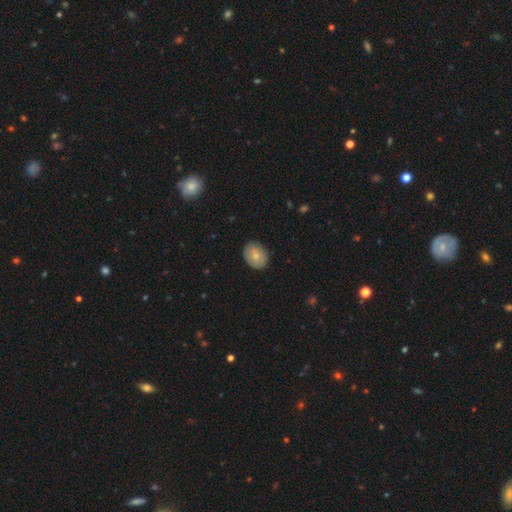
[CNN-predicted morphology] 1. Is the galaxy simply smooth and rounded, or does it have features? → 72% smooth, 21% featured or disk, 7% star or artifact.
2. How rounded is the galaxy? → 62% in between, 37% round, 1% cigar-shaped.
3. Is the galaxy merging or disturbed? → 85% none, 12% minor disturbance, 2% major disturbance, 1% merger.